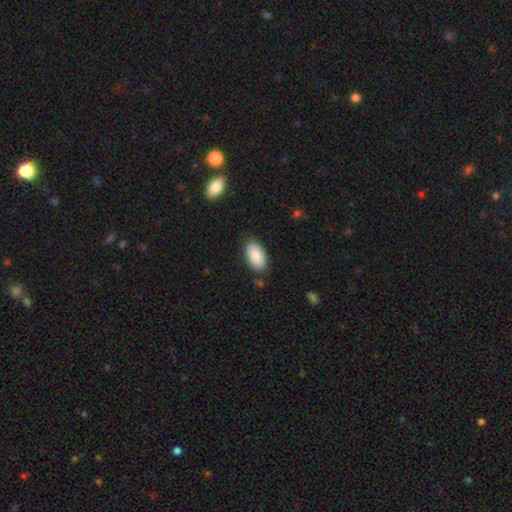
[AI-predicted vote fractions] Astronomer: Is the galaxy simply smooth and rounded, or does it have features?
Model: smooth — 87%.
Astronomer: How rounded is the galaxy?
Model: in between — 95%.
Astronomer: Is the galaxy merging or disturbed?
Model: none — 82%.